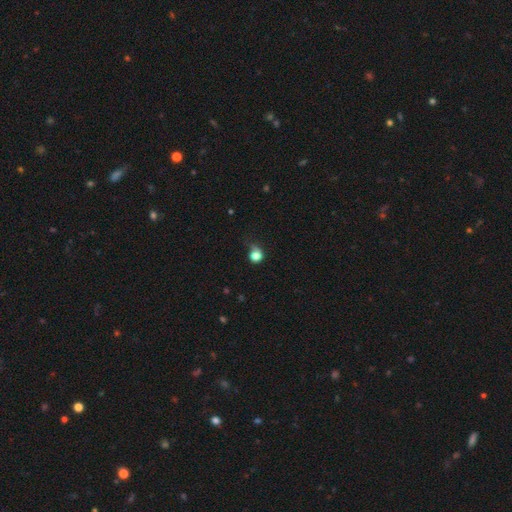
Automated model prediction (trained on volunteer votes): smooth 80%, star or artifact 11%, featured or disk 10%. Down the decision tree: how rounded — round (74%); merging — none (37%).